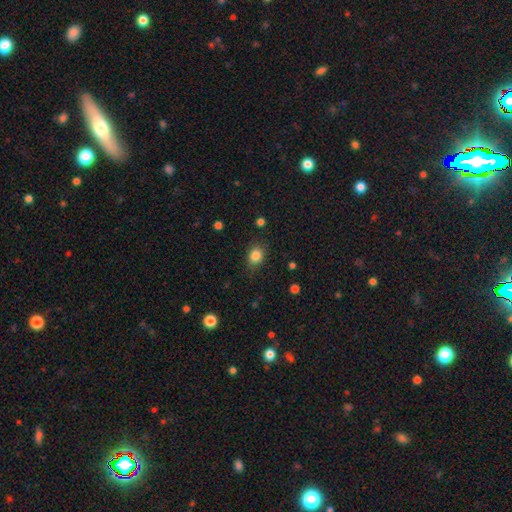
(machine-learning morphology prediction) smooth-or-featured: smooth: 84% | star or artifact: 11% | featured or disk: 6%
  how-rounded: in between: 52% | round: 47% | cigar-shaped: 1%
  merging: none: 80% | minor disturbance: 15% | major disturbance: 3% | merger: 1%